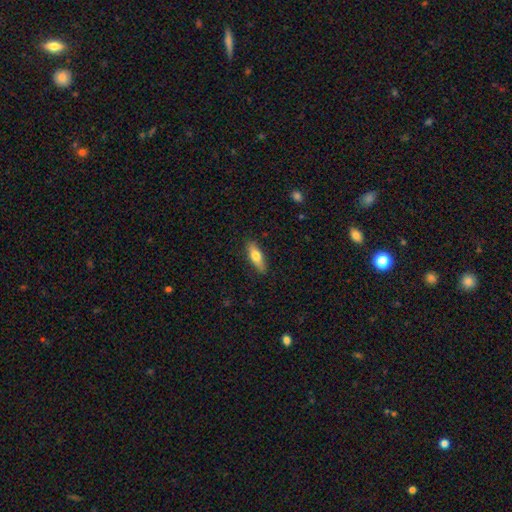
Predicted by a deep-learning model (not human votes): smooth-or-featured: smooth: 68% | featured or disk: 26% | star or artifact: 6%
  how-rounded: in between: 49% | cigar-shaped: 48% | round: 3%
  merging: none: 87% | minor disturbance: 10% | major disturbance: 2% | merger: 1%